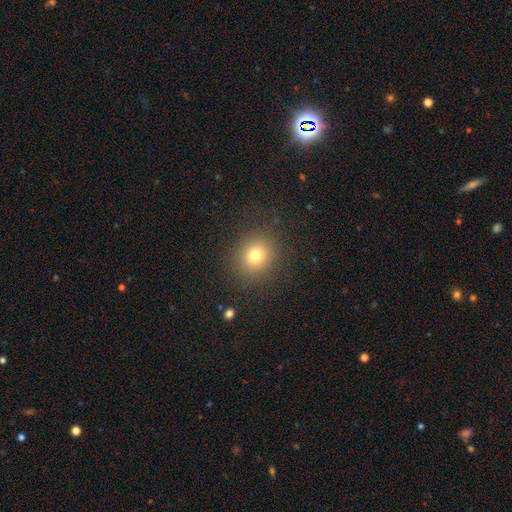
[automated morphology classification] smooth_or_featured: smooth (p=0.74) [alt: star or artifact p=0.16]
how_rounded: round (p=0.84) [alt: in between p=0.15]
merging: none (p=0.87) [alt: minor disturbance p=0.08]